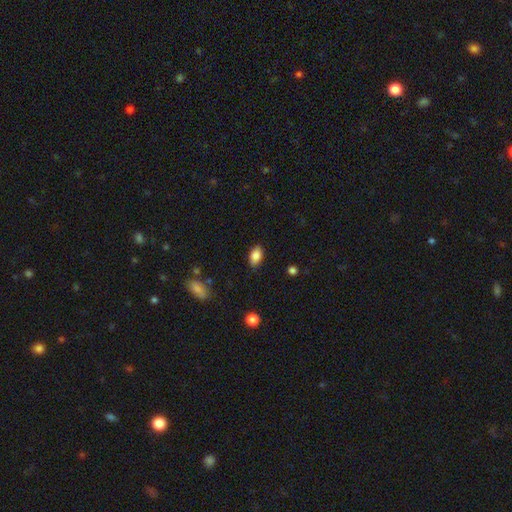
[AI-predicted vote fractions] Smooth or featured? smooth (85%)
How rounded? in between (91%)
Merging? none (86%)